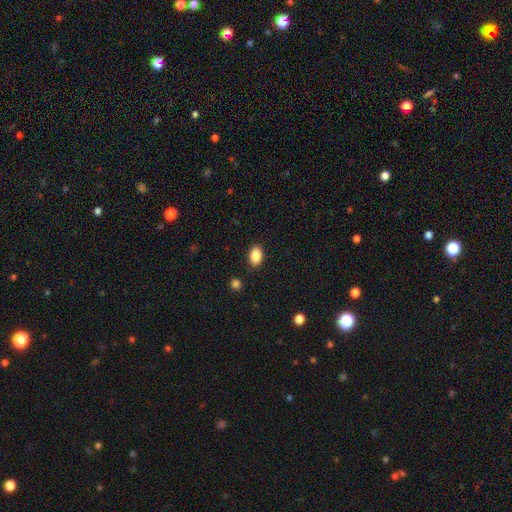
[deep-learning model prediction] Smooth or featured?
  - smooth: 87% *
  - star or artifact: 8%
  - featured or disk: 5%
How rounded?
  - in between: 86% *
  - round: 12%
  - cigar-shaped: 1%
Merging?
  - none: 87% *
  - minor disturbance: 9%
  - major disturbance: 2%
  - merger: 2%